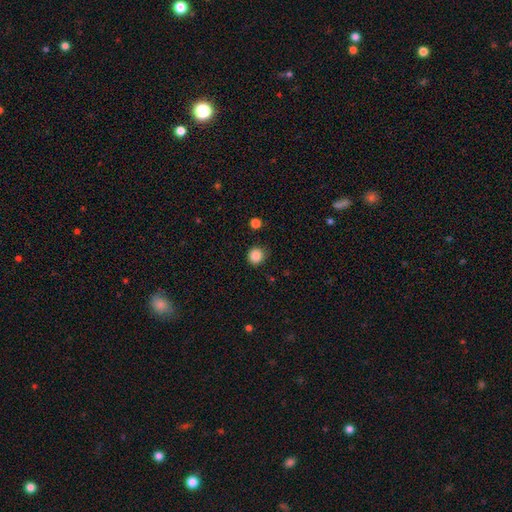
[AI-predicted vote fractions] Smooth or featured: smooth — 86% (star or artifact — 11%)
How rounded: round — 91% (in between — 8%)
Merging: none — 86% (minor disturbance — 10%)